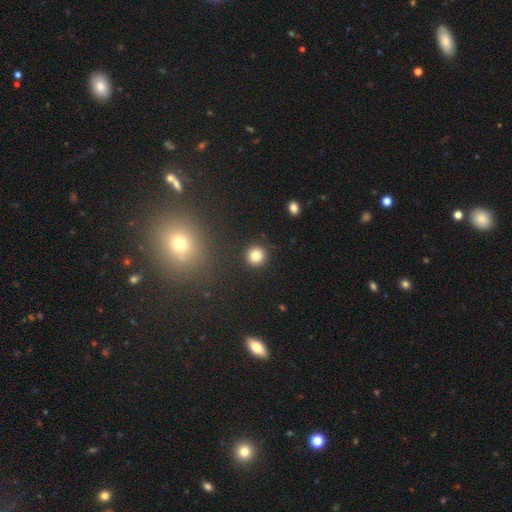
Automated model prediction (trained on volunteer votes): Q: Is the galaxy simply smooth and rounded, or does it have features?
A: smooth — 83%.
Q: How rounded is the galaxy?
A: round — 93%.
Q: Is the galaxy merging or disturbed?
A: none — 92%.